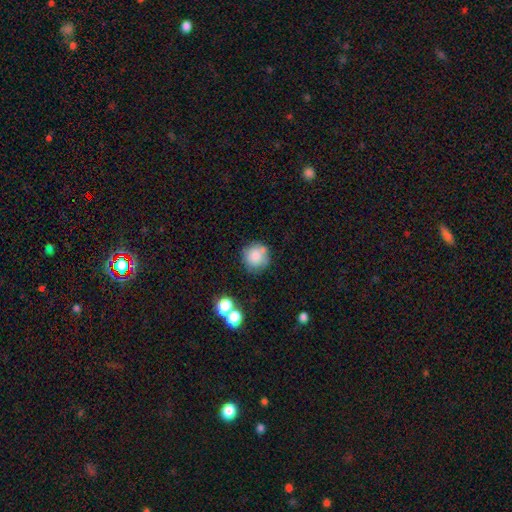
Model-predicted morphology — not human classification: smooth-or-featured: smooth: 81% | featured or disk: 10% | star or artifact: 9%
  how-rounded: round: 92% | in between: 7% | cigar-shaped: 1%
  merging: none: 70% | minor disturbance: 14% | merger: 11% | major disturbance: 4%